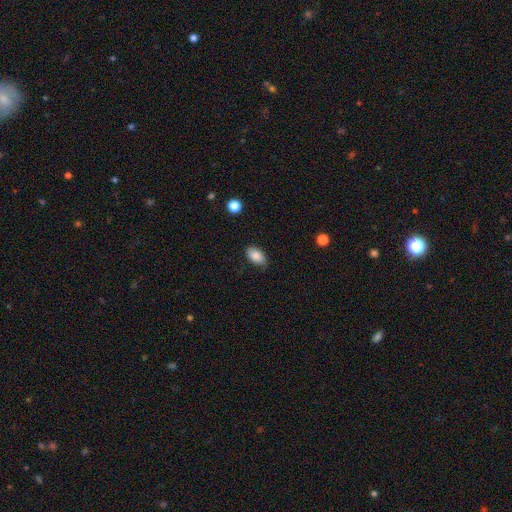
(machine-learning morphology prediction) smooth-or-featured: smooth: 85% | star or artifact: 8% | featured or disk: 7%
  how-rounded: in between: 93% | round: 5% | cigar-shaped: 2%
  merging: none: 78% | minor disturbance: 17% | major disturbance: 3% | merger: 1%